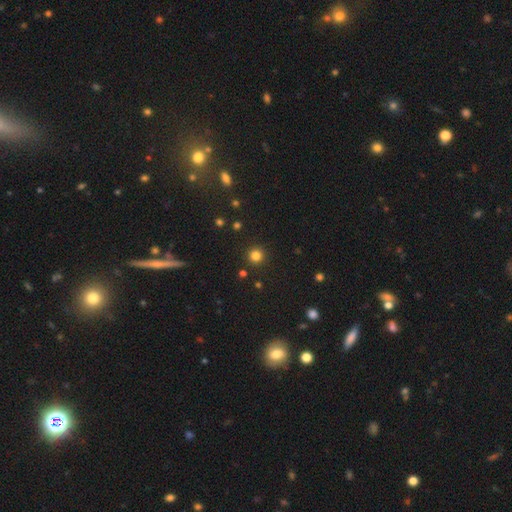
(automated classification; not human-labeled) The model was most divided on "smooth or featured": smooth: 81%, star or artifact: 15%, featured or disk: 4%. More confident: how rounded — round (95%); merging — none (92%).